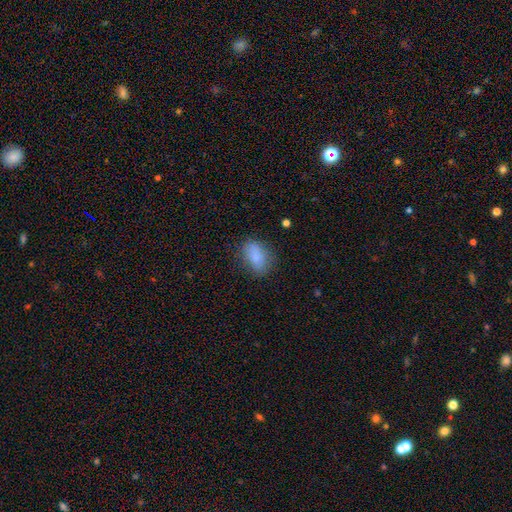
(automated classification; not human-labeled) Smooth or featured? Predicted: smooth (p=0.83). How rounded? Predicted: in between (p=0.83). Merging? Predicted: none (p=0.72).